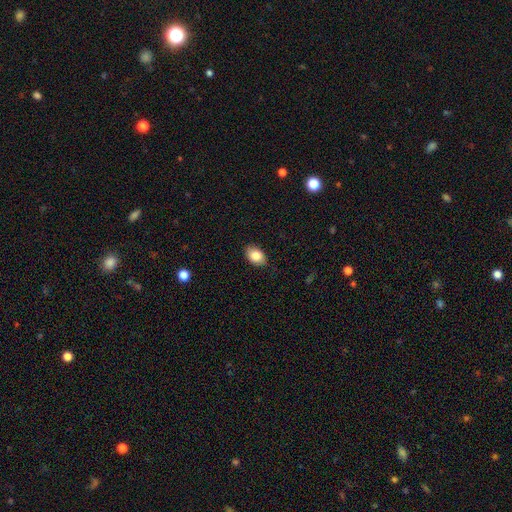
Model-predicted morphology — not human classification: Smooth or featured? Predicted: smooth (p=0.85). How rounded? Predicted: in between (p=0.84). Merging? Predicted: none (p=0.86).